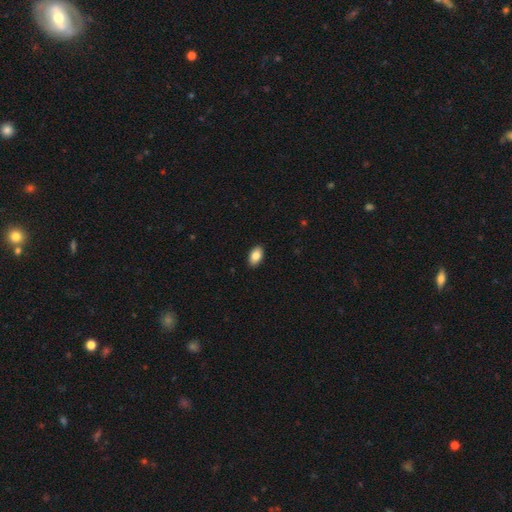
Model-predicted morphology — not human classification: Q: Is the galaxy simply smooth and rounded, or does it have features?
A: smooth — 86%.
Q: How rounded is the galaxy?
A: in between — 93%.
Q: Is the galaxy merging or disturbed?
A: none — 90%.